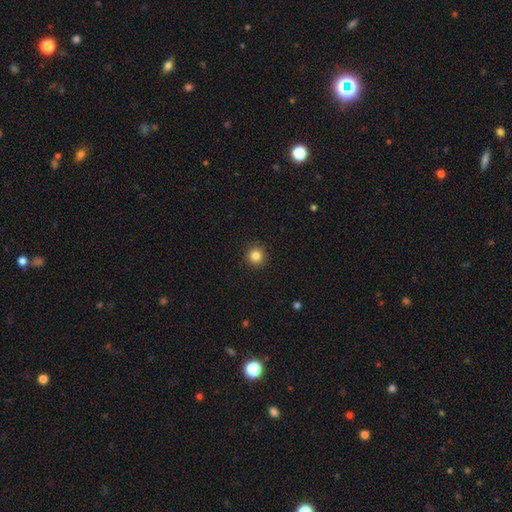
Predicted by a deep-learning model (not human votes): Q: Smooth or featured?
A: smooth (84%); runner-up: star or artifact (11%)
Q: How rounded?
A: round (95%); runner-up: in between (4%)
Q: Merging?
A: none (93%); runner-up: minor disturbance (5%)